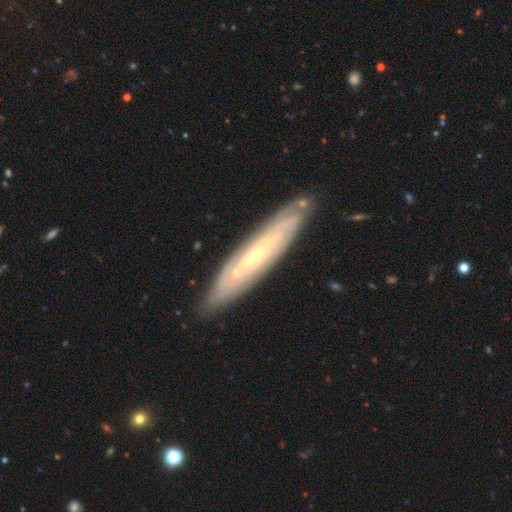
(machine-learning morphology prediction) smooth_or_featured: featured or disk (p=0.73) [alt: smooth p=0.21]
disk_edge_on: no (p=0.54) [alt: yes p=0.46]
merging: none (p=0.83) [alt: minor disturbance p=0.13]